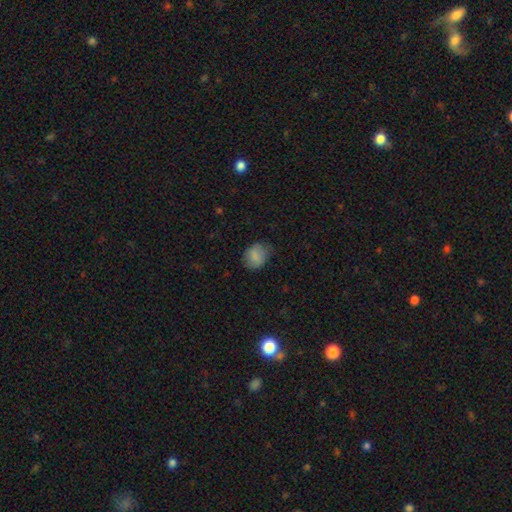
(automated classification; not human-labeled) This is clearly a smooth galaxy (83%). How rounded: possibly in between (51%). Merging: likely none (69%).